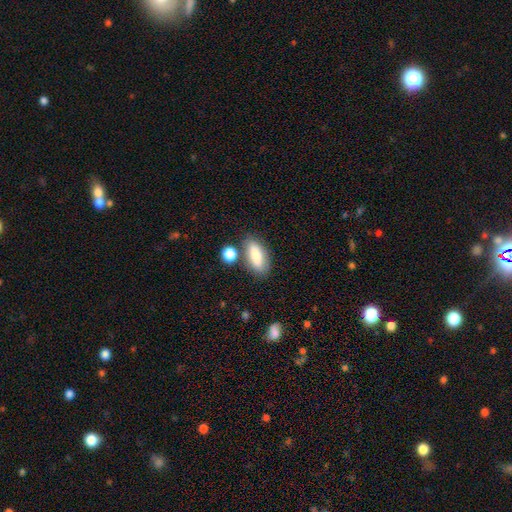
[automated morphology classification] Smooth or featured: smooth — 75% (featured or disk — 17%)
How rounded: in between — 79% (cigar-shaped — 17%)
Merging: none — 70% (minor disturbance — 15%)